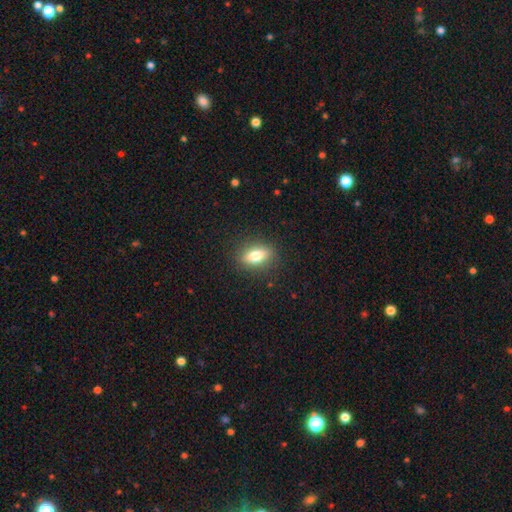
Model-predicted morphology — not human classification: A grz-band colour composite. It shows a smooth galaxy with no disk features (75%) that is in between round and cigar-shaped (78%). Merging: none (87%).